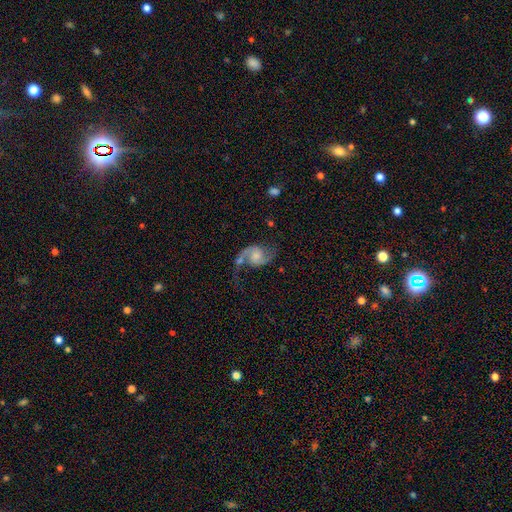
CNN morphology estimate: The model was most divided on "bulge size": moderate: 40%, small: 39%, none: 12%, large: 7%, dominant: 2%. More confident: edge-on disk — no (98%); spiral arms — yes (97%); spiral arm count — 2 (91%); smooth or featured — featured or disk (88%); bar — no (61%); merging — none (55%); spiral winding — loose (54%).